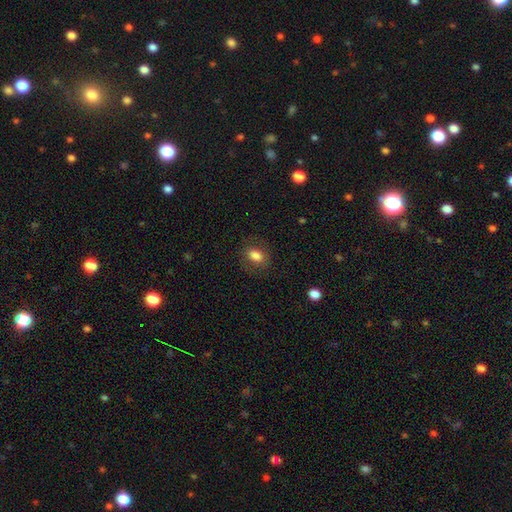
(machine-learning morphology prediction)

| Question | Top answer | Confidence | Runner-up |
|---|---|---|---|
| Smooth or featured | smooth | 80% | featured or disk (11%) |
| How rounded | in between | 72% | round (27%) |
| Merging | none | 81% | minor disturbance (13%) |